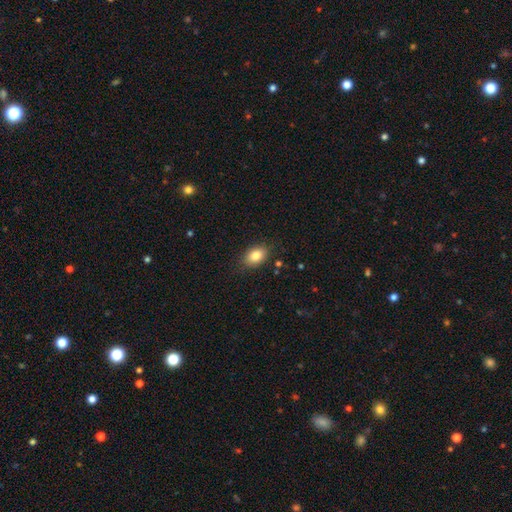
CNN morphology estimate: Overall: smooth (83%). How rounded: in between (81%). Merging: none (85%).